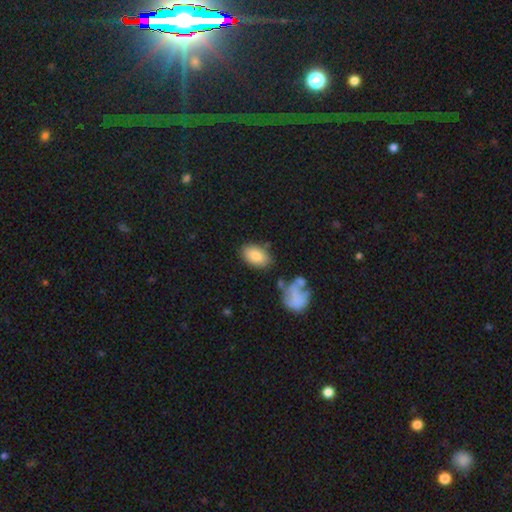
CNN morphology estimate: A smooth galaxy with no disk features (83%) that is in between round and cigar-shaped (91%). Merging: none (77%).